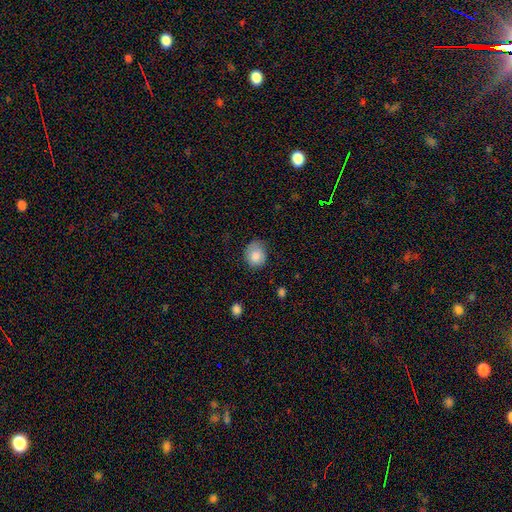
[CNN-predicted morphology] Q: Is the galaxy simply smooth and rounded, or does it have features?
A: smooth — 84%.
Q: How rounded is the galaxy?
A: round — 71%.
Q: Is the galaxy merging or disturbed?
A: none — 63%.